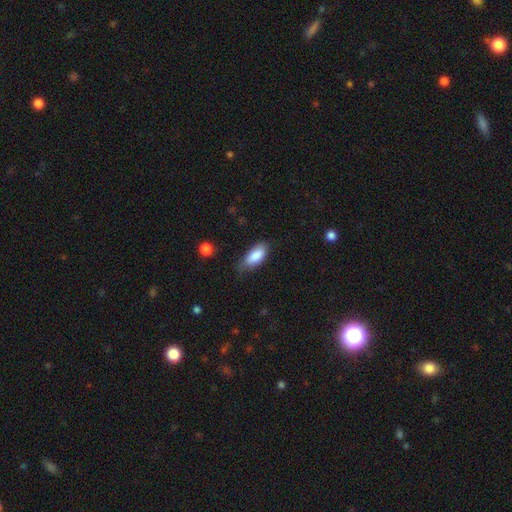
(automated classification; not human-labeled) A smooth galaxy with no disk features (85%) that is in between round and cigar-shaped (85%).

Vote fractions:
- Smooth or featured? smooth: 85% / featured or disk: 8% / star or artifact: 6%
- How rounded? in between: 85% / cigar-shaped: 13% / round: 2%
- Merging? none: 62% / minor disturbance: 30% / major disturbance: 6% / merger: 2%